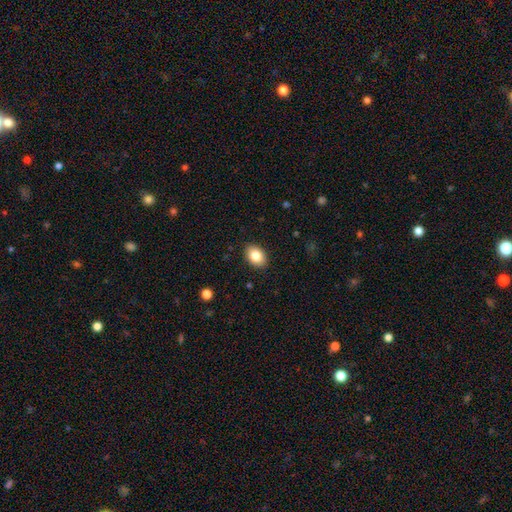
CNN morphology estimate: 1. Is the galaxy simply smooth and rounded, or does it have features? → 85% smooth, 8% star or artifact, 8% featured or disk.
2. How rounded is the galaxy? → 78% in between, 21% round, 1% cigar-shaped.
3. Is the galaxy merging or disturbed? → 89% none, 8% minor disturbance, 2% major disturbance, 1% merger.